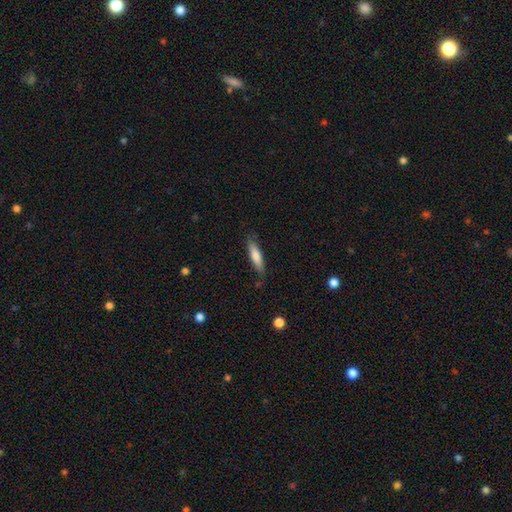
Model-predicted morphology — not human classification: type=smooth (73%); roundness=cigar-shaped (76%); merging=none (81%).